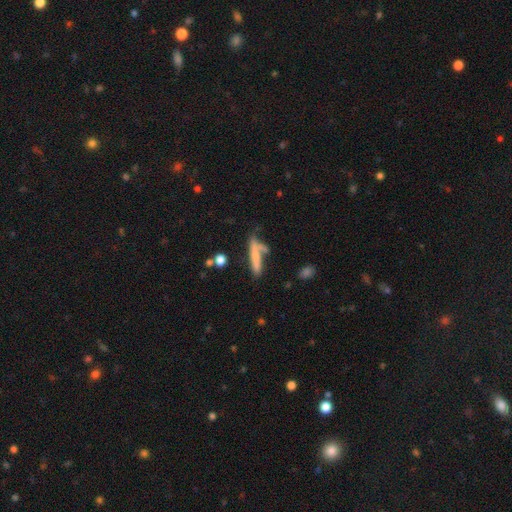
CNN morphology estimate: smooth-or-featured: smooth: 62% | featured or disk: 30% | star or artifact: 9%
  how-rounded: cigar-shaped: 86% | in between: 12% | round: 3%
  merging: none: 52% | merger: 21% | minor disturbance: 18% | major disturbance: 9%